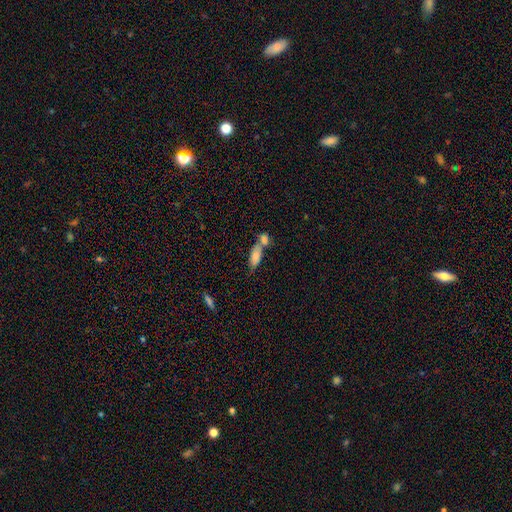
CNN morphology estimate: This is likely a smooth galaxy (76%). How rounded: likely in between (70%). Merging: possibly merger (57%).